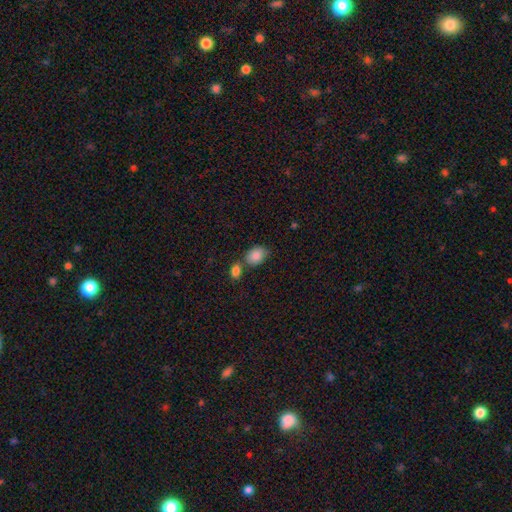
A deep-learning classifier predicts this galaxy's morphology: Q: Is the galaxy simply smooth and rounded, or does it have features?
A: smooth — 87%.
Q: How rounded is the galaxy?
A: in between — 79%.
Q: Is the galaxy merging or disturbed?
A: none — 54%.